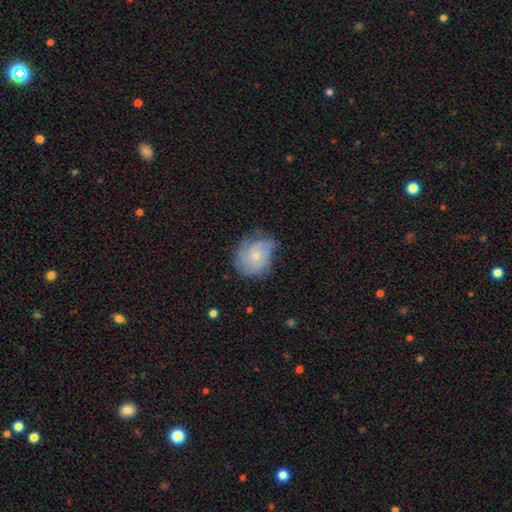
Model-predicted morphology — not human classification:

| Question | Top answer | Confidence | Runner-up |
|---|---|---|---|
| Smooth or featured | featured or disk | 49% | smooth (43%) |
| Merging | none | 51% | minor disturbance (34%) |